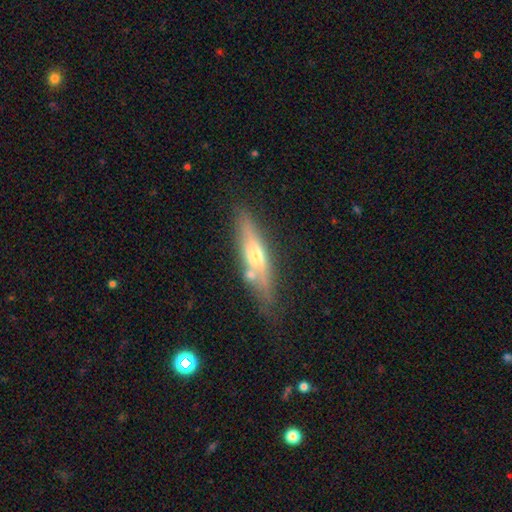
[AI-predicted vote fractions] Morphology: type=featured or disk (63%); edge-on=yes (87%); edge-on bulge=rounded (86%); merging=none (72%).